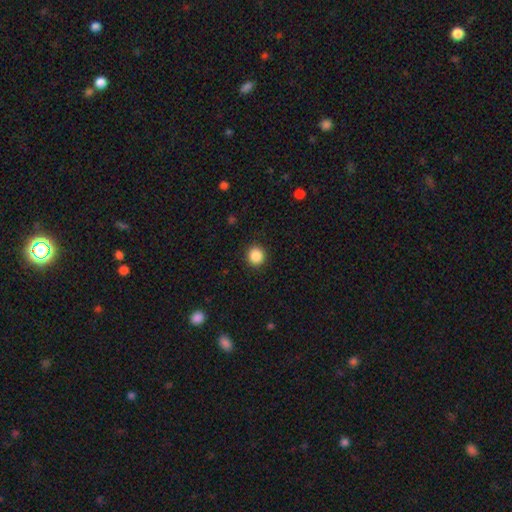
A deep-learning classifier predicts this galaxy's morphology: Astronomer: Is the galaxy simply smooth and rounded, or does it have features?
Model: smooth — 88%.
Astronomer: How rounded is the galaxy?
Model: round — 90%.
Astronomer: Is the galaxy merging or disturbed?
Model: none — 92%.